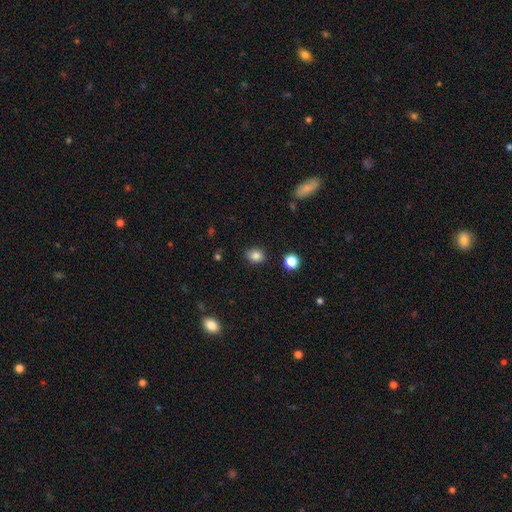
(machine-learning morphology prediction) type=smooth (85%); roundness=in between (55%); merging=none (85%).